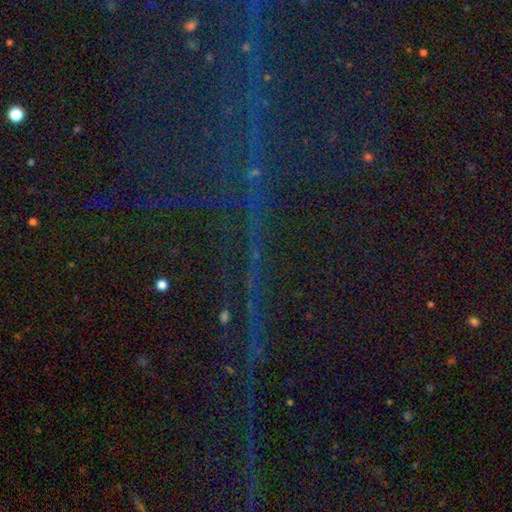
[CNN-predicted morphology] Overall: star or artifact (83%).